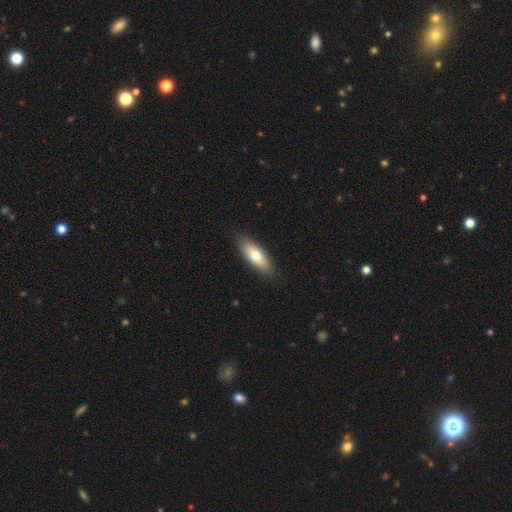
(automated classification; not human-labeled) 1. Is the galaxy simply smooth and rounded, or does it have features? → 70% smooth, 24% featured or disk, 6% star or artifact.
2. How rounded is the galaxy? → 66% in between, 31% cigar-shaped, 2% round.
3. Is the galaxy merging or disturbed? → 87% none, 10% minor disturbance, 2% major disturbance, 1% merger.